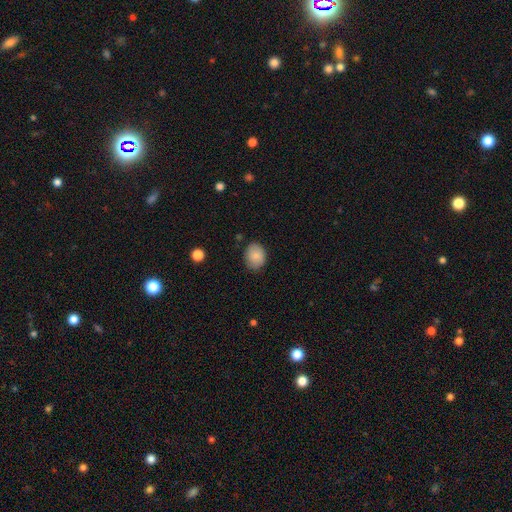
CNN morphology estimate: The model was most divided on "how rounded": in between: 60%, round: 39%, cigar-shaped: 1%. More confident: smooth or featured — smooth (85%); merging — none (83%).